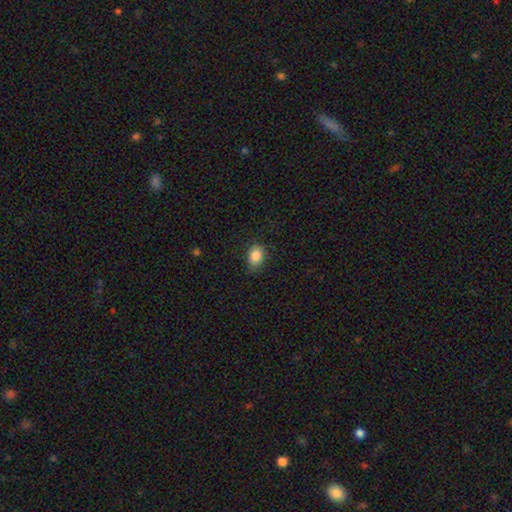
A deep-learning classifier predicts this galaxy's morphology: Overall: smooth (86%). How rounded: in between (70%). Merging: none (80%).